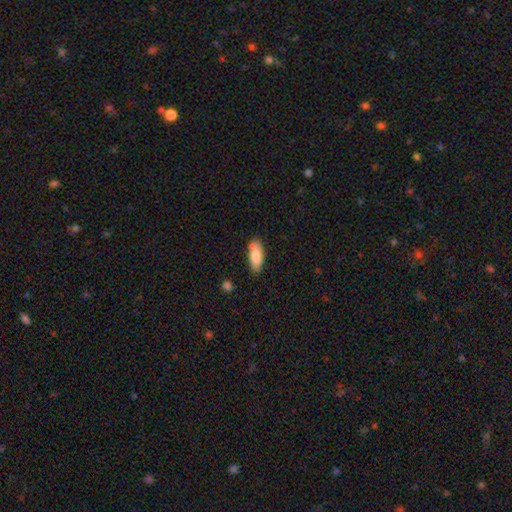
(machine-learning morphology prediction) A smooth galaxy with no disk features (83%) that is in between round and cigar-shaped (74%).

Vote fractions:
- Smooth or featured? smooth: 83% / featured or disk: 11% / star or artifact: 6%
- How rounded? in between: 74% / cigar-shaped: 24% / round: 2%
- Merging? none: 73% / minor disturbance: 19% / merger: 4% / major disturbance: 3%